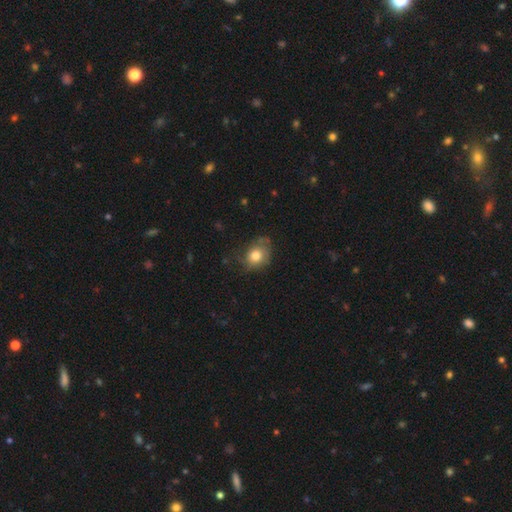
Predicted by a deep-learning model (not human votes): Smooth or featured: smooth — 73% (featured or disk — 19%)
How rounded: round — 55% (in between — 44%)
Merging: none — 56% (minor disturbance — 29%)